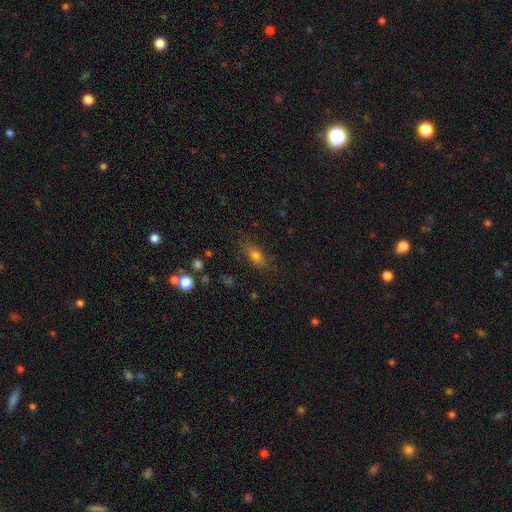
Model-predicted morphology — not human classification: Smooth or featured: smooth — 73% (star or artifact — 13%)
How rounded: in between — 73% (cigar-shaped — 15%)
Merging: none — 78% (minor disturbance — 15%)